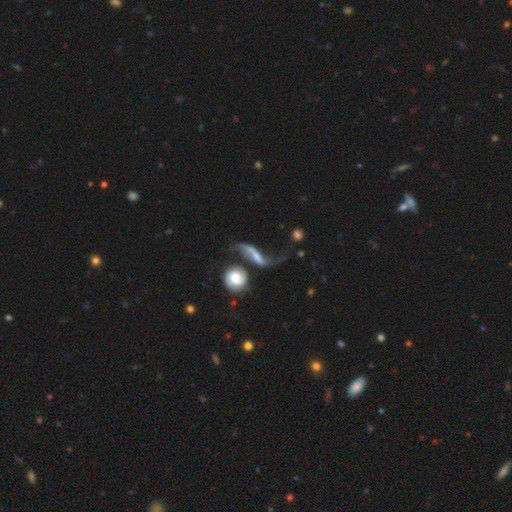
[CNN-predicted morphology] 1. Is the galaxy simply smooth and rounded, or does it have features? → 67% featured or disk, 25% smooth, 8% star or artifact.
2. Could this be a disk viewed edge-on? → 87% no, 13% yes.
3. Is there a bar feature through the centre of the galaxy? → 35% weak, 33% strong, 32% no.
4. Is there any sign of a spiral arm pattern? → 85% yes, 15% no.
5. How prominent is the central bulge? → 37% moderate, 31% small, 19% none, 10% large, 3% dominant.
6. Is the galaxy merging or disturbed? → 29% none, 28% major disturbance, 27% merger, 16% minor disturbance.